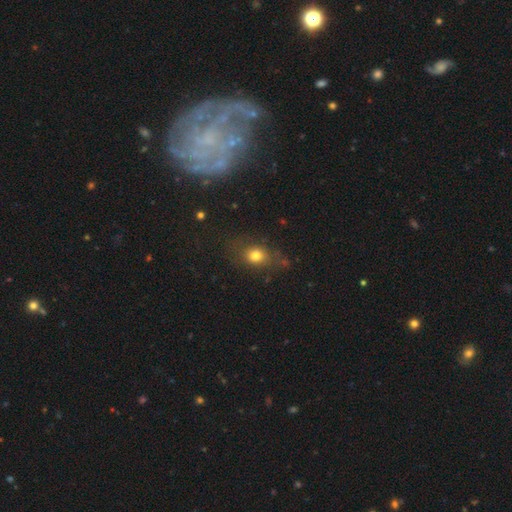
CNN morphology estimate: Smooth or featured?
  - smooth: 74% *
  - star or artifact: 14%
  - featured or disk: 11%
How rounded?
  - round: 53% *
  - in between: 45%
  - cigar-shaped: 3%
Merging?
  - none: 67% *
  - minor disturbance: 19%
  - major disturbance: 10%
  - merger: 3%